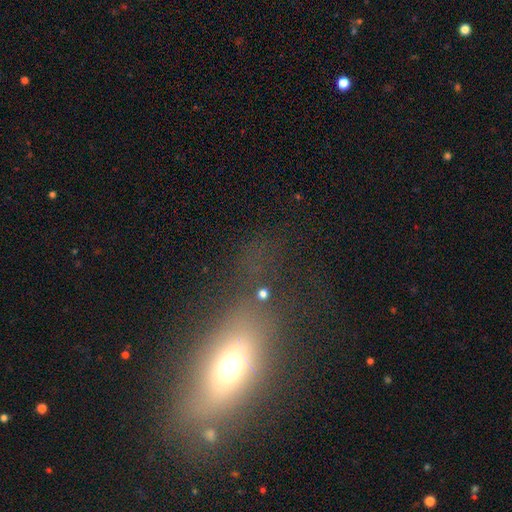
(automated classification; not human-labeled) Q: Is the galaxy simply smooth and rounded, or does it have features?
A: smooth — 52%.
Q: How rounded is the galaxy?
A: in between — 64%.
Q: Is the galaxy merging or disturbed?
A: none — 55%.